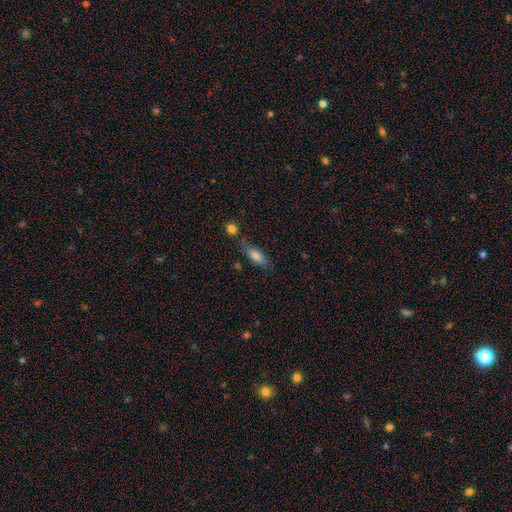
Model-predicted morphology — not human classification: Smooth or featured?
  - smooth: 80% *
  - featured or disk: 12%
  - star or artifact: 8%
How rounded?
  - in between: 73% *
  - cigar-shaped: 24%
  - round: 3%
Merging?
  - none: 66% *
  - minor disturbance: 18%
  - merger: 11%
  - major disturbance: 5%